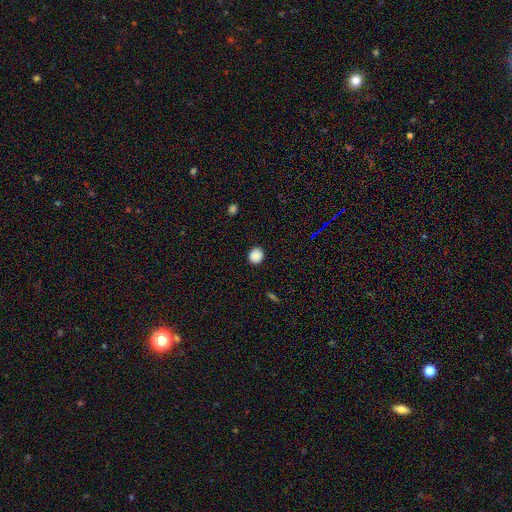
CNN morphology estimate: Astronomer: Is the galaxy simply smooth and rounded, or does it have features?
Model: smooth — 88%.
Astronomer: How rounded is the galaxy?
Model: round — 85%.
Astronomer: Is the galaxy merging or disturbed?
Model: none — 90%.